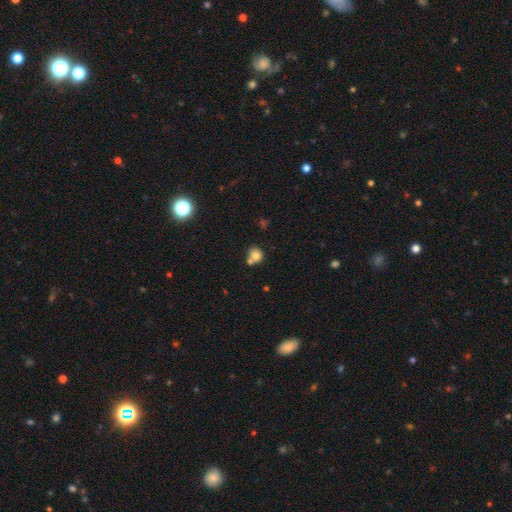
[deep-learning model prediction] Smooth or featured? Predicted: smooth (p=0.77). How rounded? Predicted: round (p=0.78). Merging? Predicted: none (p=0.46).